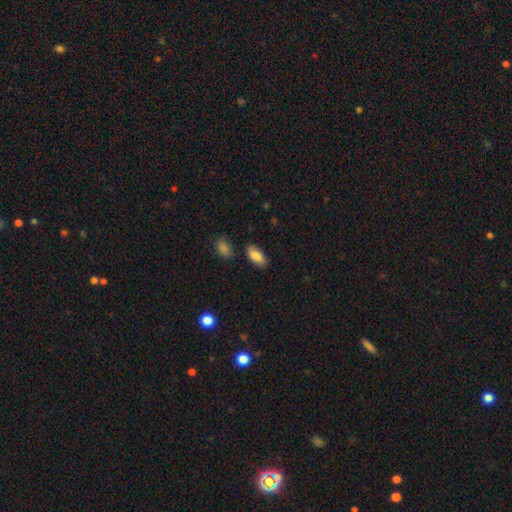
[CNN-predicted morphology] A smooth galaxy with no disk features (86%) that is in between round and cigar-shaped (90%).

Vote fractions:
- Smooth or featured? smooth: 86% / featured or disk: 8% / star or artifact: 7%
- How rounded? in between: 90% / cigar-shaped: 7% / round: 2%
- Merging? none: 83% / minor disturbance: 11% / merger: 3% / major disturbance: 3%